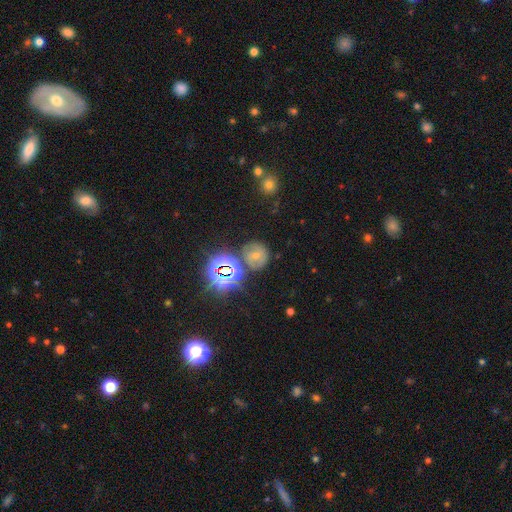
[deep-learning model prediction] smooth-or-featured: smooth: 36% | featured or disk: 35% | star or artifact: 30%
  merging: none: 71% | minor disturbance: 15% | merger: 8% | major disturbance: 6%